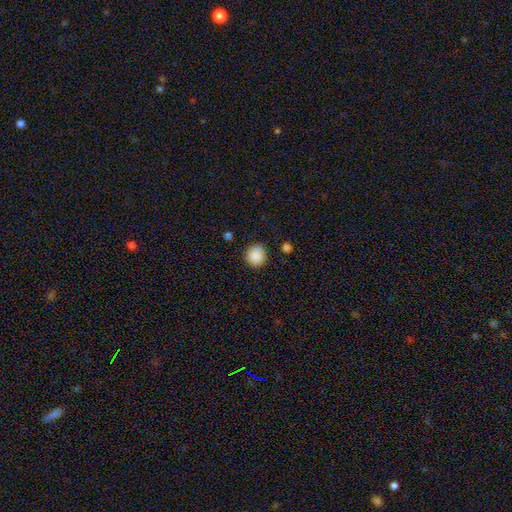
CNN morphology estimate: This is clearly a smooth galaxy (89%). How rounded: clearly round (91%). Merging: clearly none (88%).